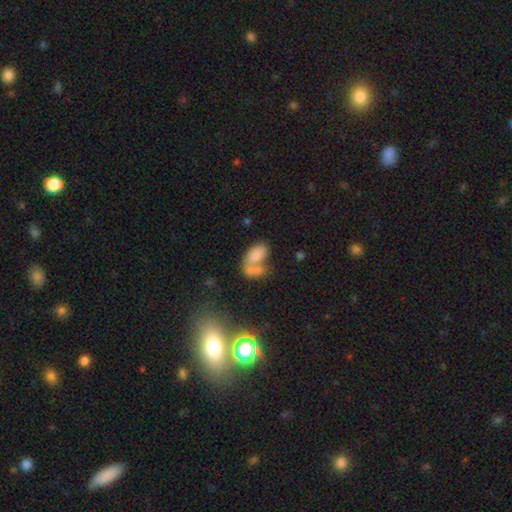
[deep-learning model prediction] A smooth galaxy with no disk features (71%) that is in between round and cigar-shaped (91%). Merging: merger (56%).